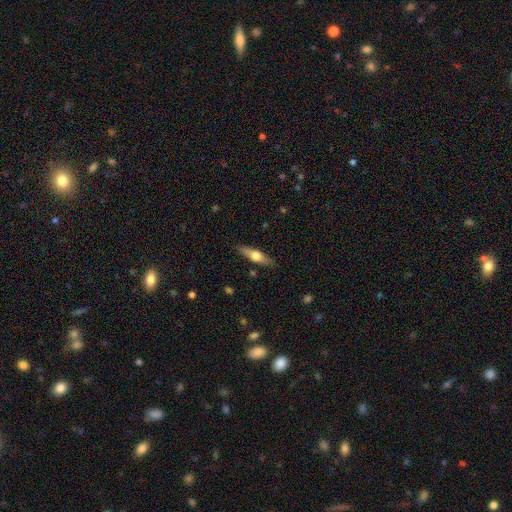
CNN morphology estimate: featured or disk 50%, smooth 44%, star or artifact 6%. Down the decision tree: merging — none (87%).